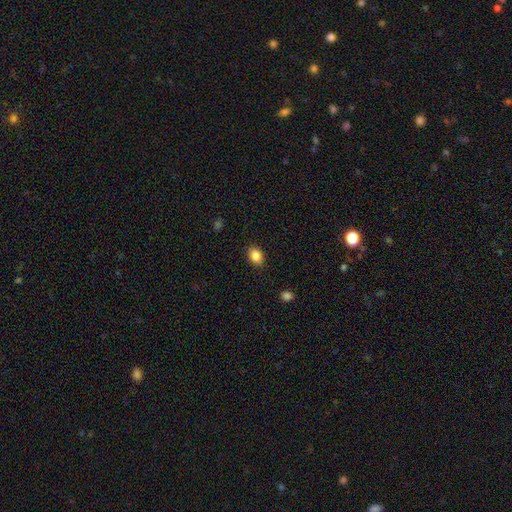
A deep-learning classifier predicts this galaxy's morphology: Smooth or featured? Predicted: smooth (p=0.86). How rounded? Predicted: in between (p=0.76). Merging? Predicted: none (p=0.88).